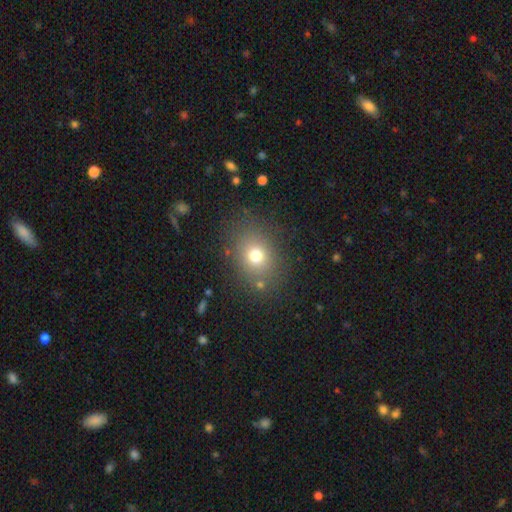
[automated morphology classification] The model was most divided on "how rounded": round: 53%, in between: 46%, cigar-shaped: 1%. More confident: merging — none (82%); smooth or featured — smooth (73%).